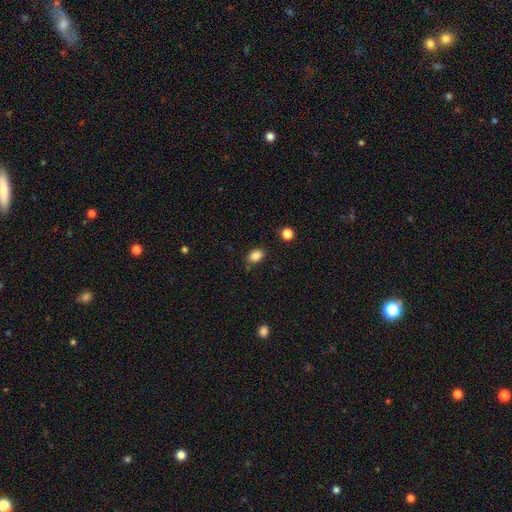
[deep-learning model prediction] Smooth or featured? Predicted: smooth (p=0.86). How rounded? Predicted: in between (p=0.78). Merging? Predicted: none (p=0.81).